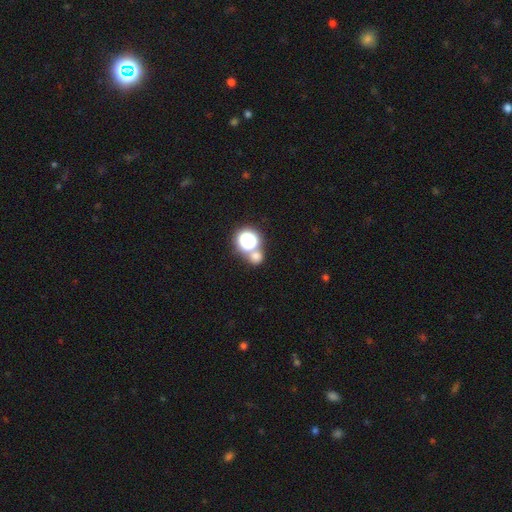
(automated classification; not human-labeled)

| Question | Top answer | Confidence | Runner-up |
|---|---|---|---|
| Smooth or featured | smooth | 62% | star or artifact (30%) |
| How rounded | round | 80% | in between (19%) |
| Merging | none | 59% | merger (30%) |